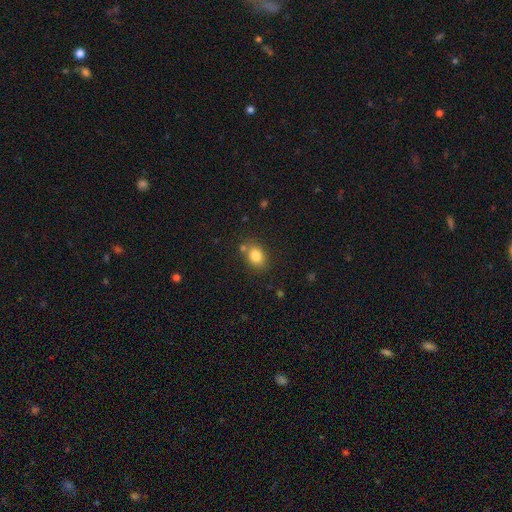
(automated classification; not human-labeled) Smooth or featured? Predicted: smooth (p=0.82). How rounded? Predicted: in between (p=0.62). Merging? Predicted: none (p=0.73).